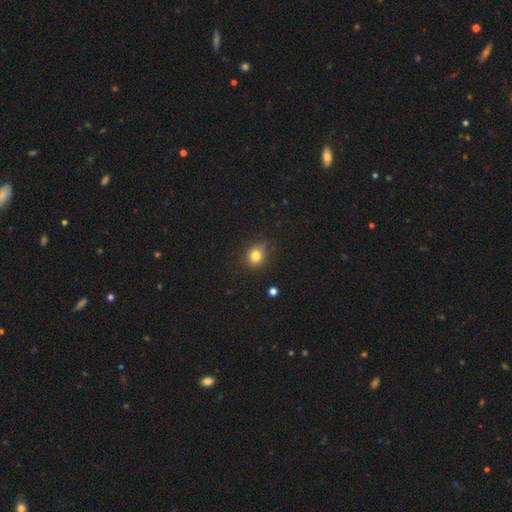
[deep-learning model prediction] smooth_or_featured: smooth (p=0.79) [alt: star or artifact p=0.13]
how_rounded: round (p=0.75) [alt: in between p=0.24]
merging: none (p=0.73) [alt: minor disturbance p=0.20]